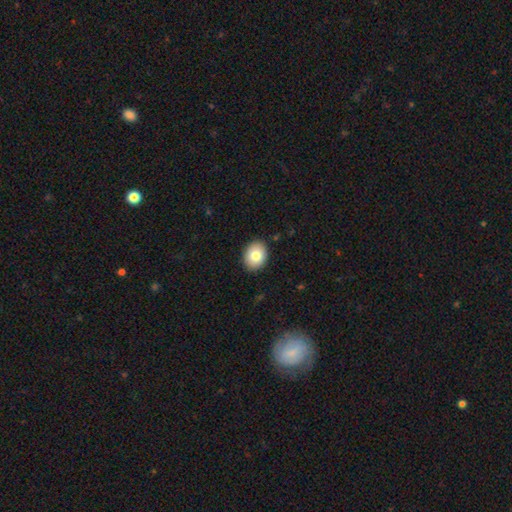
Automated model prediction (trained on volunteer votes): smooth-or-featured: smooth: 82% | featured or disk: 10% | star or artifact: 8%
  how-rounded: in between: 58% | round: 41% | cigar-shaped: 1%
  merging: none: 90% | minor disturbance: 8% | major disturbance: 2% | merger: 1%